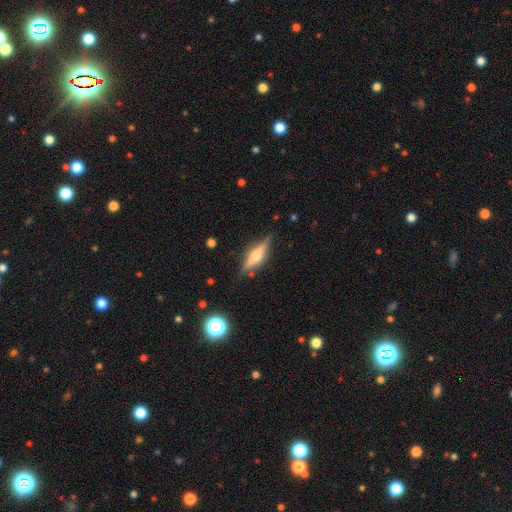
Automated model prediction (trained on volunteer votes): Overall: featured or disk (68%). Edge-on disk: yes (96%). Edge-on bulge: rounded (87%). Merging: none (85%).